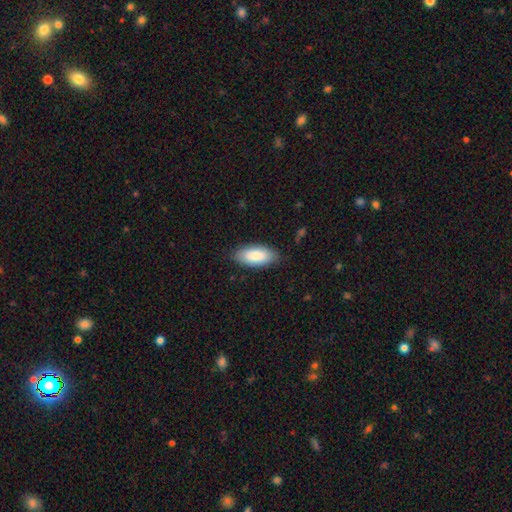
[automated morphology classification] A smooth galaxy with no disk features (86%) that is in between round and cigar-shaped (90%). Merging: none (84%).